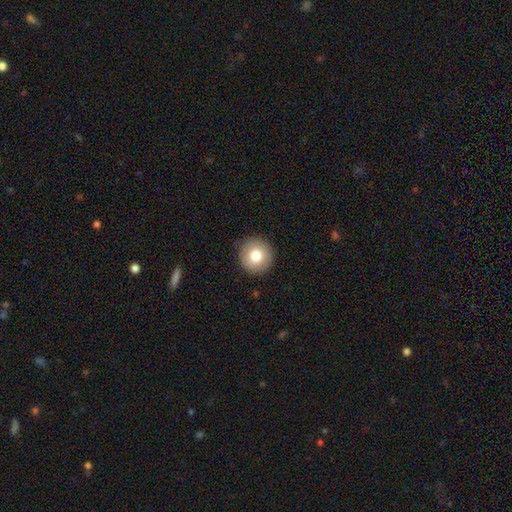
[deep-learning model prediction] A smooth galaxy with no disk features (78%) that is round (95%).

Vote fractions:
- Smooth or featured? smooth: 78% / featured or disk: 13% / star or artifact: 9%
- How rounded? round: 95% / in between: 4% / cigar-shaped: 1%
- Merging? none: 90% / minor disturbance: 7% / major disturbance: 2% / merger: 1%